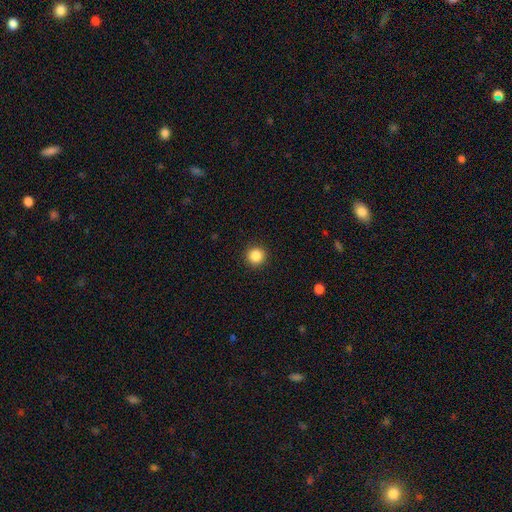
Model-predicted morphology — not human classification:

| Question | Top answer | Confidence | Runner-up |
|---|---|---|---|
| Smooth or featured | smooth | 86% | star or artifact (10%) |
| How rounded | round | 96% | in between (3%) |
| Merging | none | 93% | minor disturbance (5%) |